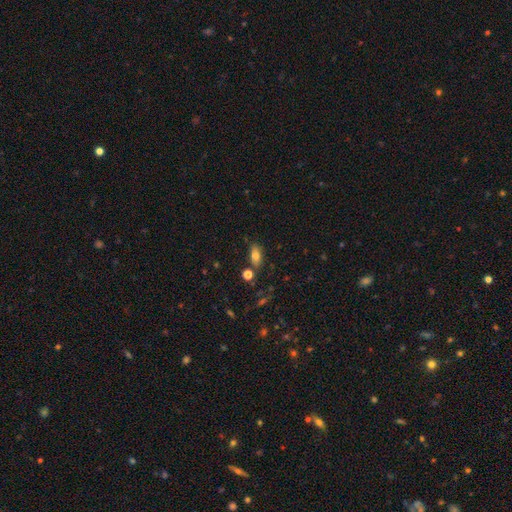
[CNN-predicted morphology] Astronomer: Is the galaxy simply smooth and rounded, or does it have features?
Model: smooth — 75%.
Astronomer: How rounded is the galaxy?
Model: in between — 85%.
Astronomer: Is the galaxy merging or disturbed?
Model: none — 75%.